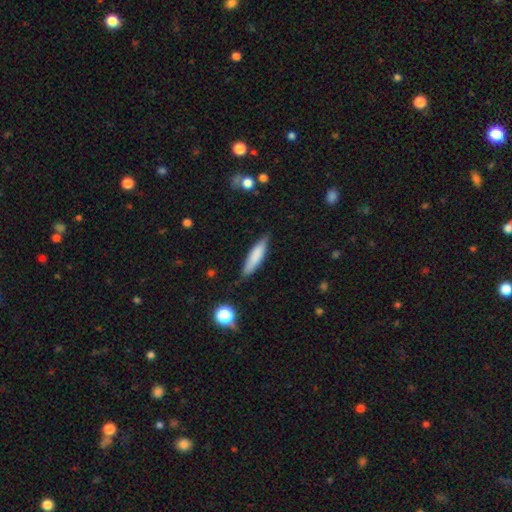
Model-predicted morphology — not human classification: This is likely a smooth galaxy (77%). How rounded: likely cigar-shaped (72%). Merging: clearly none (80%).